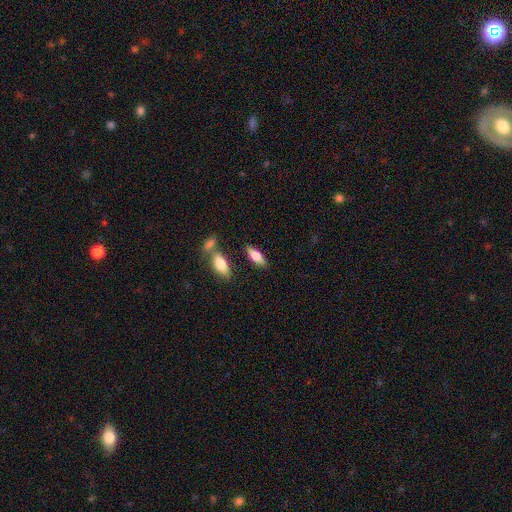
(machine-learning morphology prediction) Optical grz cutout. It shows a smooth galaxy with no disk features (71%) that is in between round and cigar-shaped (69%). Merging: none (77%).